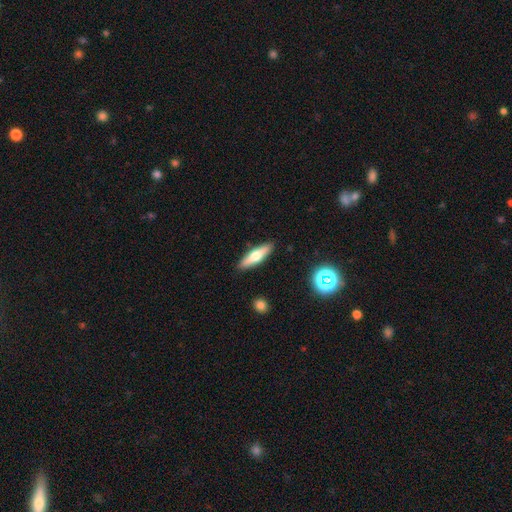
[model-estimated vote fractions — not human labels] smooth-or-featured: smooth: 54% | featured or disk: 39% | star or artifact: 7%
  how-rounded: cigar-shaped: 66% | in between: 32% | round: 2%
  merging: none: 88% | minor disturbance: 8% | major disturbance: 2% | merger: 2%